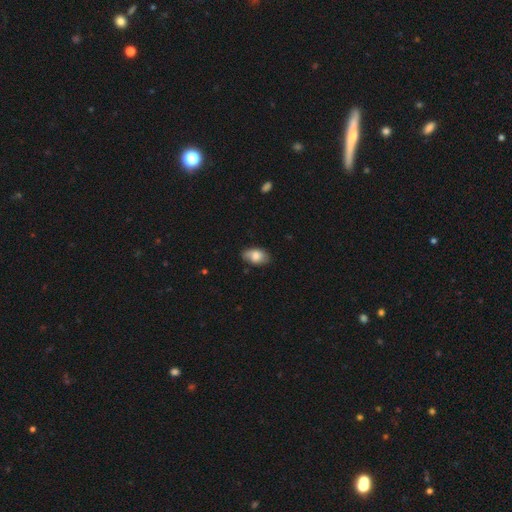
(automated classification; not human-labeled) A smooth galaxy with no disk features (78%) that is in between round and cigar-shaped (91%). Merging: none (75%).